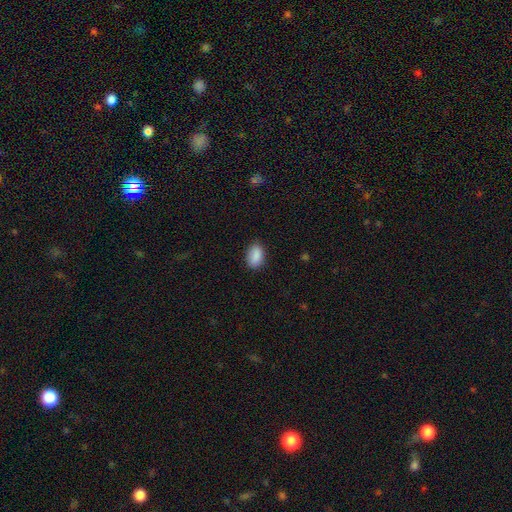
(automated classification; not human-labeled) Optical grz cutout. It shows a smooth galaxy with no disk features (89%) that is in between round and cigar-shaped (89%). Merging: none (82%).